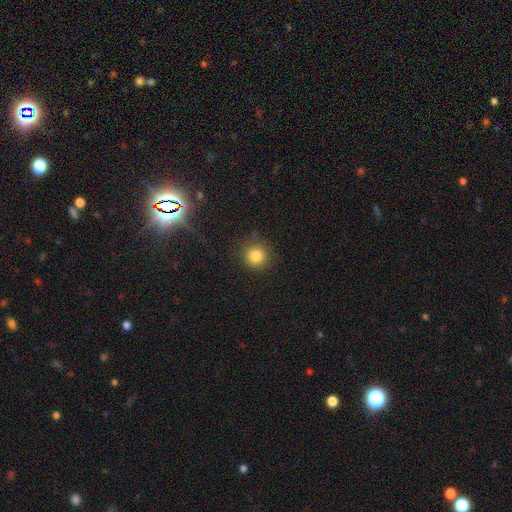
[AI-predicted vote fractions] A smooth galaxy with no disk features (82%) that is round (93%).

Vote fractions:
- Smooth or featured? smooth: 82% / star or artifact: 13% / featured or disk: 6%
- How rounded? round: 93% / in between: 6% / cigar-shaped: 1%
- Merging? none: 86% / minor disturbance: 9% / major disturbance: 3% / merger: 1%